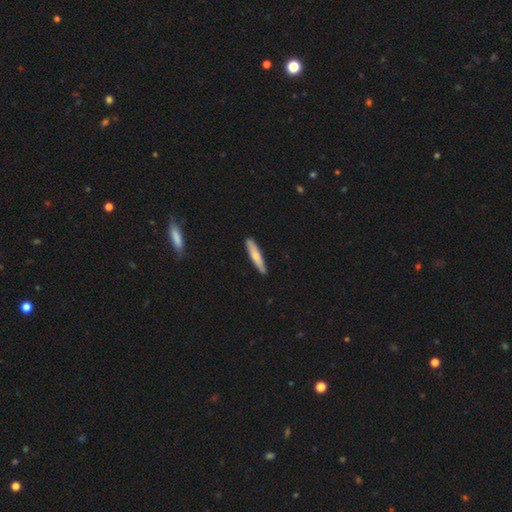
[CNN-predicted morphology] smooth_or_featured: smooth (p=0.65) [alt: featured or disk p=0.29]
how_rounded: cigar-shaped (p=0.89) [alt: in between p=0.10]
merging: none (p=0.89) [alt: minor disturbance p=0.08]